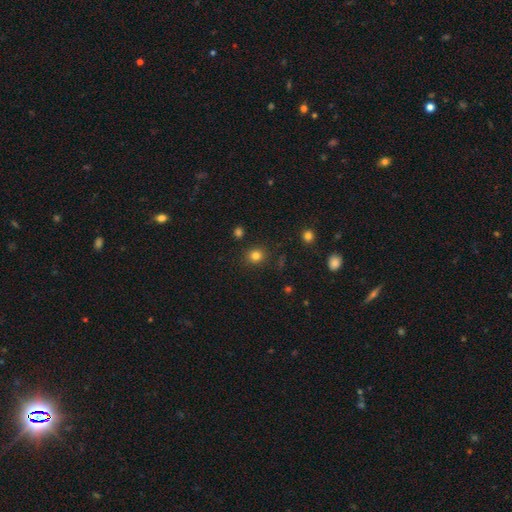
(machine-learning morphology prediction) Q: Smooth or featured?
A: smooth (81%); runner-up: star or artifact (14%)
Q: How rounded?
A: round (82%); runner-up: in between (17%)
Q: Merging?
A: none (87%); runner-up: minor disturbance (8%)